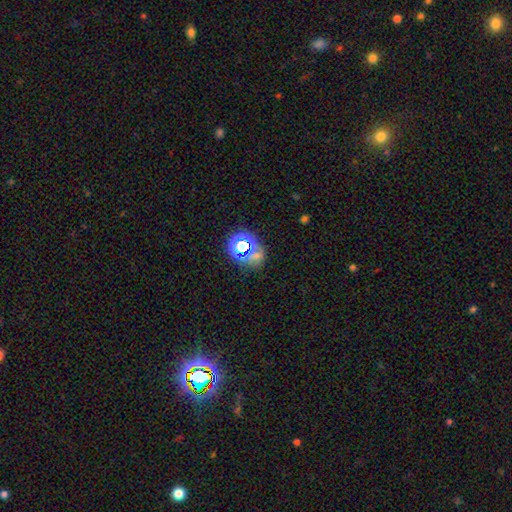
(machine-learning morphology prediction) Smooth or featured? Predicted: star or artifact (p=0.55).